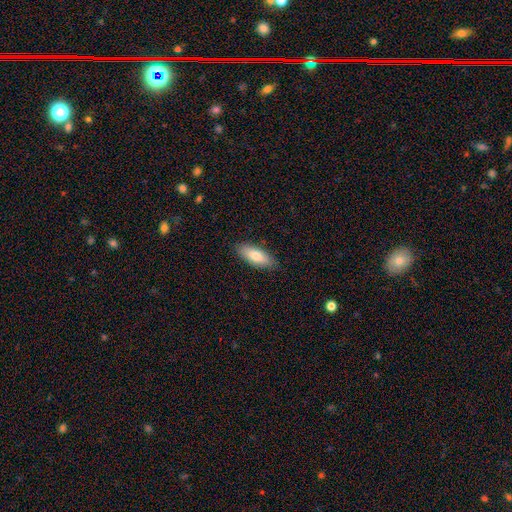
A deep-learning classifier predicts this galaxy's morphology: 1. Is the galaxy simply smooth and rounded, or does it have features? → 79% smooth, 15% featured or disk, 6% star or artifact.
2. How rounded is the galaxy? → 75% in between, 23% cigar-shaped, 2% round.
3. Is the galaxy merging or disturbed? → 87% none, 10% minor disturbance, 2% major disturbance, 1% merger.